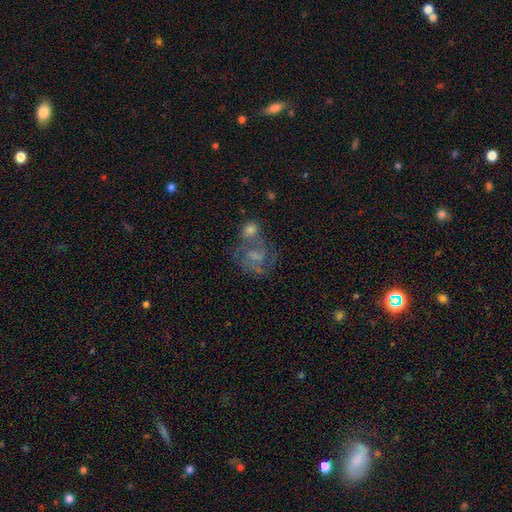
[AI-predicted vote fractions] Overall: featured or disk (61%; smooth 28%). Edge-on disk: no (98%). Bar: no (50%; weak 40%). Spiral arms: yes (70%). Bulge size: small (35%; none 31%). Merging: merger (37%; none 32%).